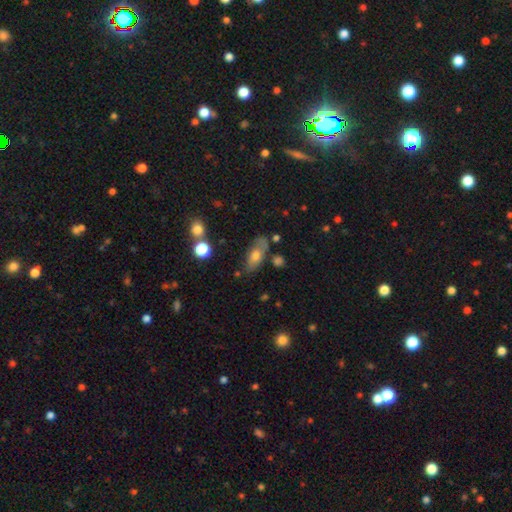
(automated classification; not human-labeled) Smooth or featured: smooth — 62% (featured or disk — 29%)
How rounded: in between — 80% (cigar-shaped — 15%)
Merging: none — 67% (minor disturbance — 20%)